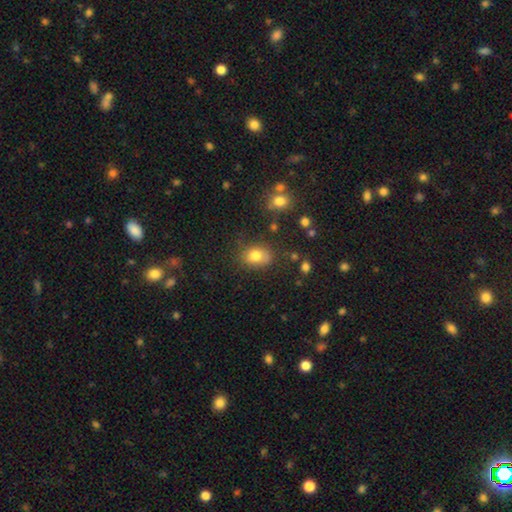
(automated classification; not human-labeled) The model was most divided on "how rounded": in between: 58%, round: 41%, cigar-shaped: 1%. More confident: smooth or featured — smooth (79%); merging — none (66%).